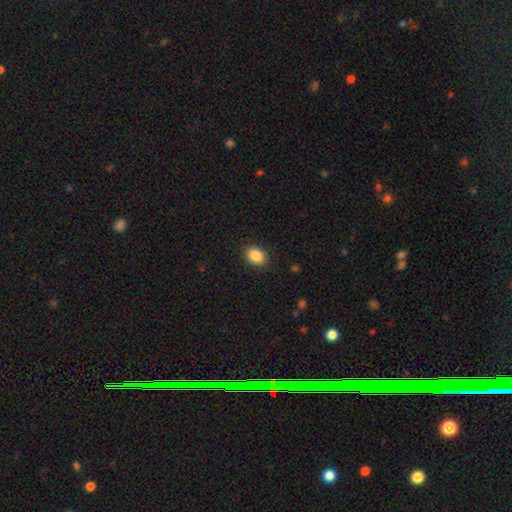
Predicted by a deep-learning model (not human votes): Smooth or featured? smooth (88%)
How rounded? in between (74%)
Merging? none (89%)